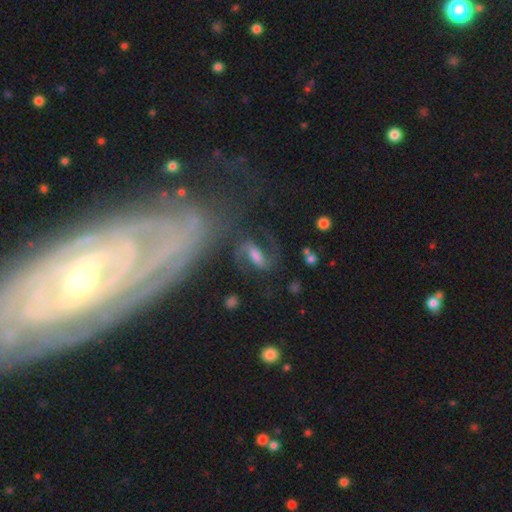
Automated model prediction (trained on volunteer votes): This is likely a featured or disk galaxy (77%). It is clearly not viewed edge-on (96%). Bar: marginally strong (44%). Spiral arm pattern: clearly yes (95%). Spiral arm count: clearly 2 (92%). Spiral winding: marginally medium (45%). Central bulge: marginally moderate (43%). Merging: likely none (66%).